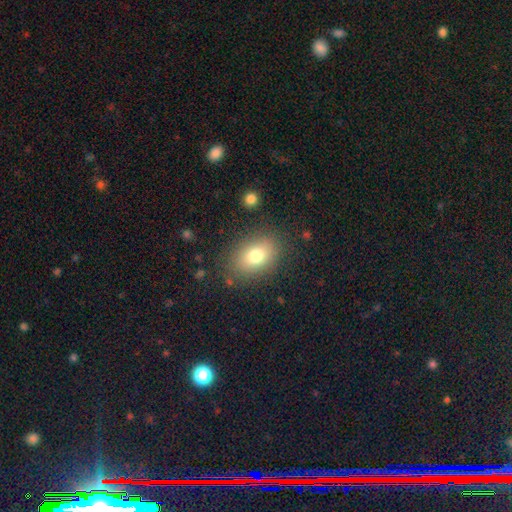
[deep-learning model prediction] Overall: smooth (76%). How rounded: in between (77%). Merging: none (82%).